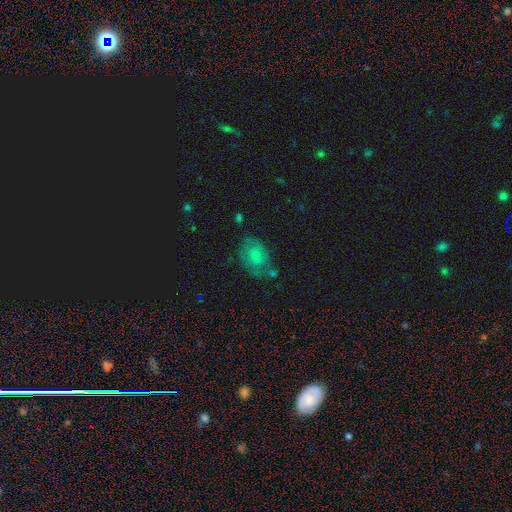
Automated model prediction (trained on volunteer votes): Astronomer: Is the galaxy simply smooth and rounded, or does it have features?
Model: featured or disk — 43% (runner-up: smooth, 37%).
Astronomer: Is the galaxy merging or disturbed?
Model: none — 58%.